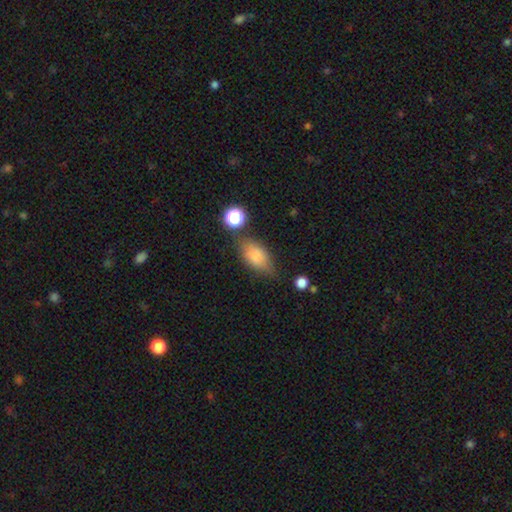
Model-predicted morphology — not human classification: Smooth or featured? Predicted: smooth (p=0.77). How rounded? Predicted: in between (p=0.84). Merging? Predicted: none (p=0.64).